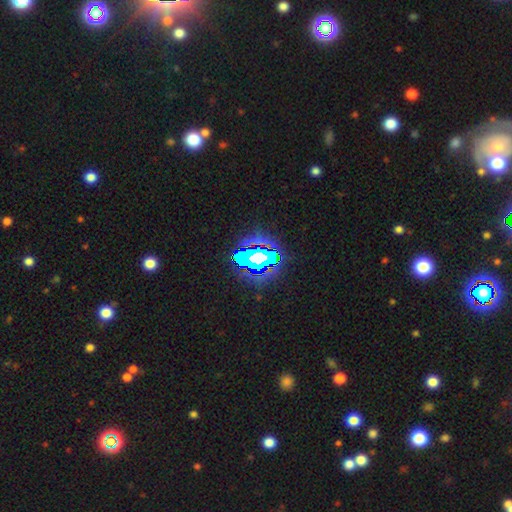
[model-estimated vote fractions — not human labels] This appears to be a star or artifact, not a galaxy (63%).